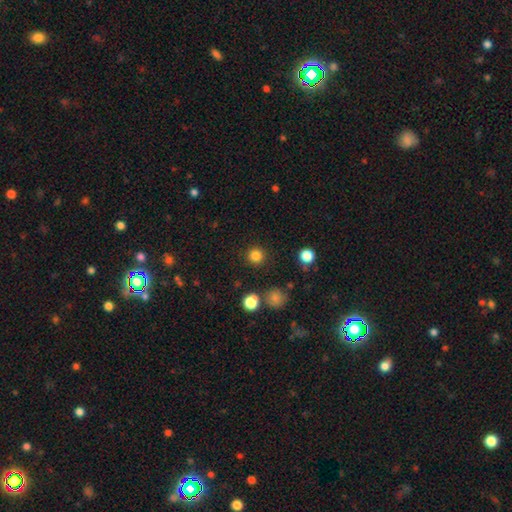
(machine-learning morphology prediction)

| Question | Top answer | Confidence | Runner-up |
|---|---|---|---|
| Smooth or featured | smooth | 82% | star or artifact (14%) |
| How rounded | round | 95% | in between (4%) |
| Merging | none | 91% | minor disturbance (5%) |